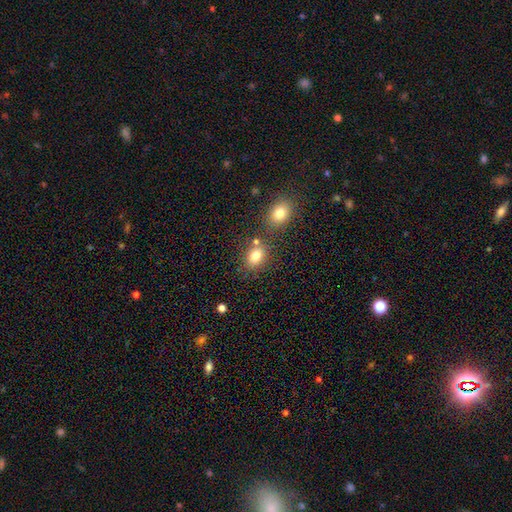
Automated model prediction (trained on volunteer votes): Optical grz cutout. It shows a smooth galaxy with no disk features (81%) that is in between round and cigar-shaped (70%). Merging: none (63%).